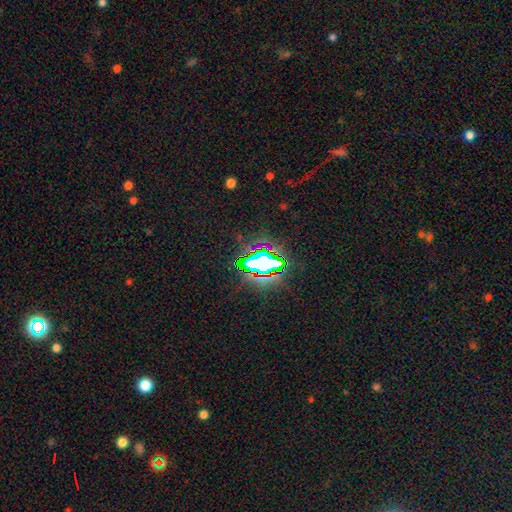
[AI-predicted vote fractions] star or artifact 80%, smooth 11%, featured or disk 9%.